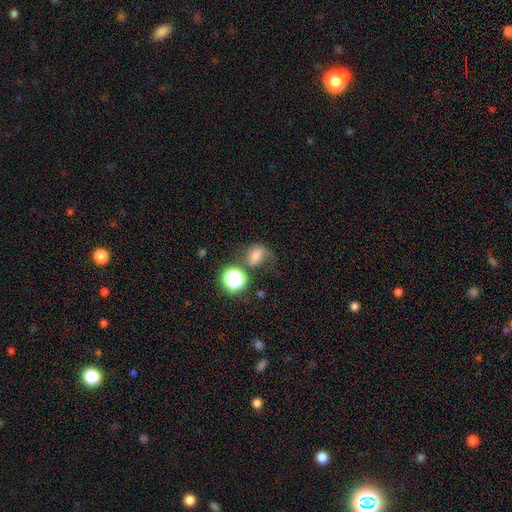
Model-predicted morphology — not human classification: Smooth or featured? smooth (64%)
How rounded? round (51%)
Merging? none (40%)